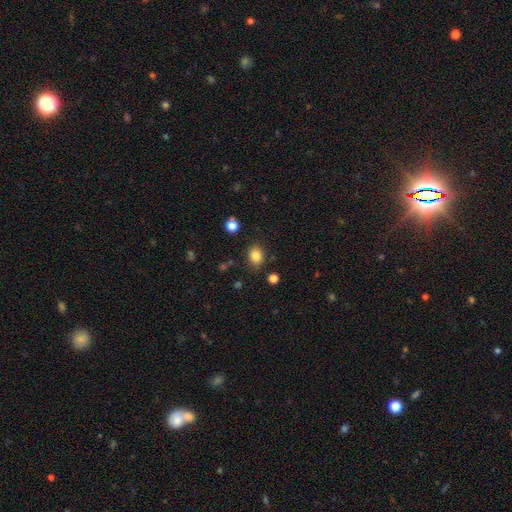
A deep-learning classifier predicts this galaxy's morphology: This appears to be a smooth galaxy with no disk features (84%) that is in between round and cigar-shaped (57%). Merging: none (81%).